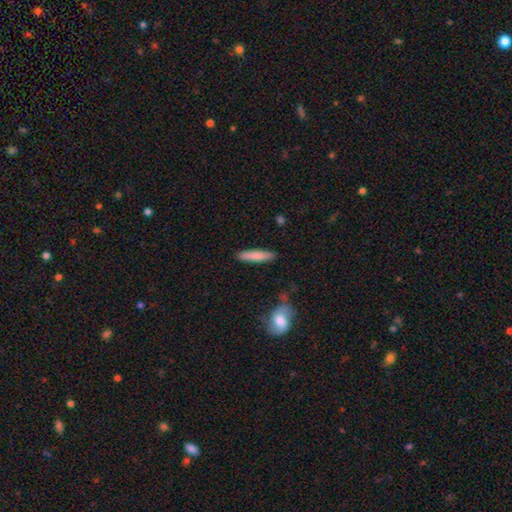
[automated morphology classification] This appears to be a smooth galaxy with no disk features (79%) that is cigar-shaped (87%). Merging: none (87%).